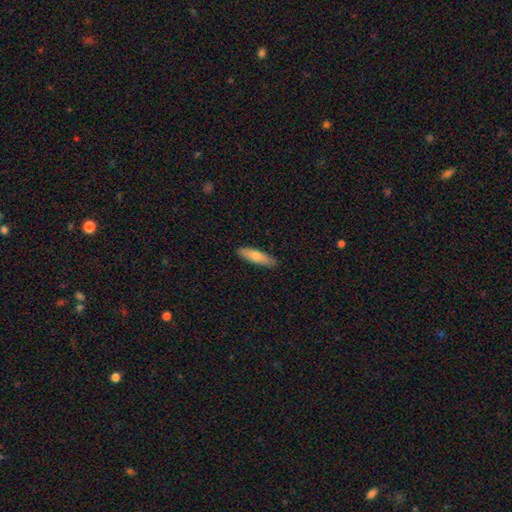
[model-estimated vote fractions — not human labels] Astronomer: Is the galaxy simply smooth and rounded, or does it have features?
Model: smooth — 72%.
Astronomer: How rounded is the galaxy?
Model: cigar-shaped — 65%.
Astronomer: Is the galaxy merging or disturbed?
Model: none — 89%.